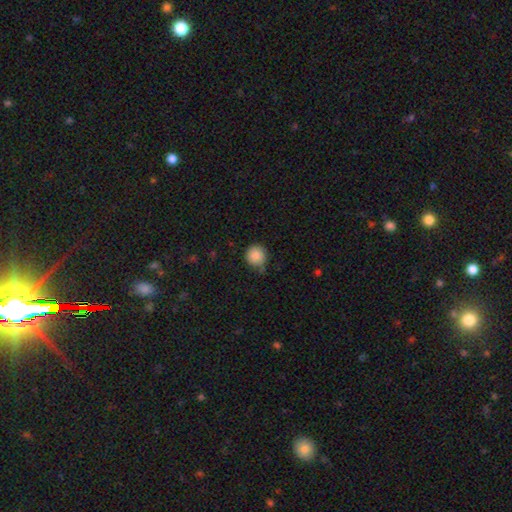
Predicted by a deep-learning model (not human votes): Smooth or featured?
  - smooth: 86% *
  - star or artifact: 8%
  - featured or disk: 5%
How rounded?
  - round: 92% *
  - in between: 7%
  - cigar-shaped: 1%
Merging?
  - none: 68% *
  - minor disturbance: 24%
  - major disturbance: 5%
  - merger: 3%